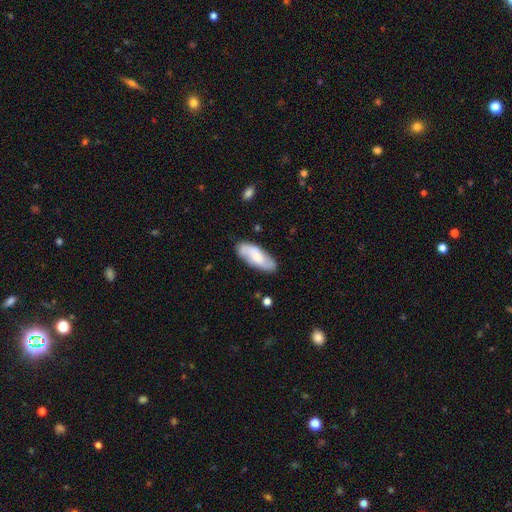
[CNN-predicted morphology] smooth 53%, featured or disk 41%, star or artifact 6%. Down the decision tree: how rounded — in between (77%); merging — none (82%).